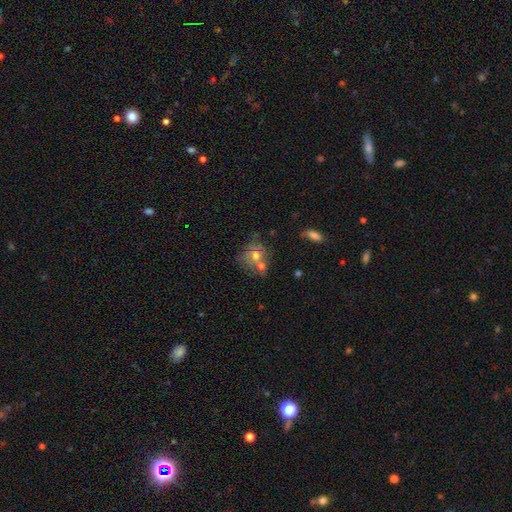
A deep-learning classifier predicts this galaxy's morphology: This is possibly a smooth galaxy (57%). How rounded: likely round (67%). Merging: marginally none (43%).